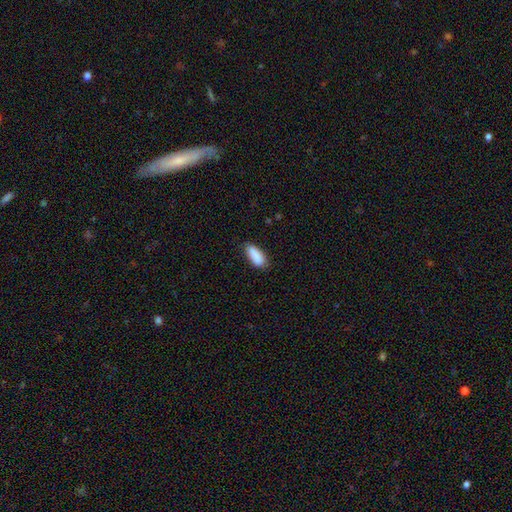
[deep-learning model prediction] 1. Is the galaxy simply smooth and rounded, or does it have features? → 89% smooth, 7% star or artifact, 4% featured or disk.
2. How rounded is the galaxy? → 80% in between, 18% cigar-shaped, 2% round.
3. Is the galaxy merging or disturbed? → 75% none, 20% minor disturbance, 3% major disturbance, 2% merger.